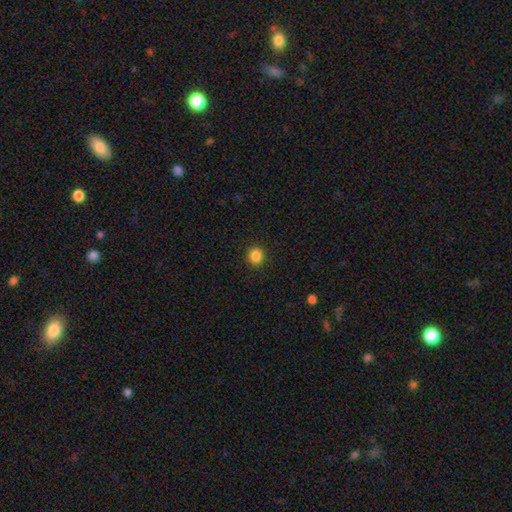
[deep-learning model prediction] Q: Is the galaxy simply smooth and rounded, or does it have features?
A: smooth — 85%.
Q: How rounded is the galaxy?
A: round — 90%.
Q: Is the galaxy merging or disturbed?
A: none — 92%.